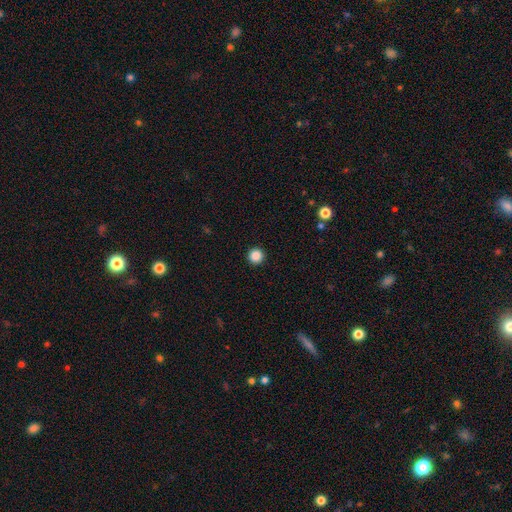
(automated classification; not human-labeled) smooth 88%, star or artifact 10%, featured or disk 3%. Down the decision tree: how rounded — round (97%); merging — none (94%).